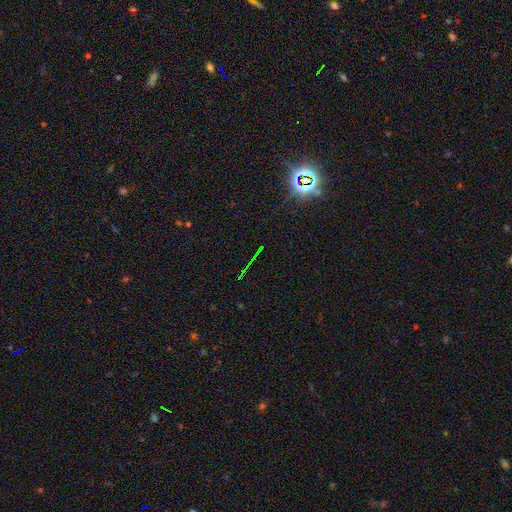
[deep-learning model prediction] Overall: star or artifact (77%).